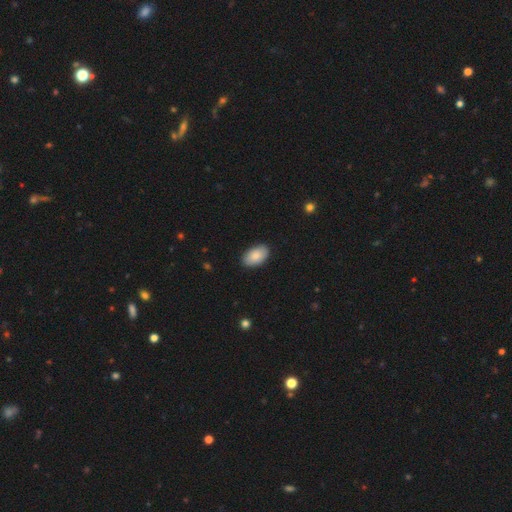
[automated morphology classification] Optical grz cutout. It shows a smooth galaxy with no disk features (87%) that is in between round and cigar-shaped (94%). Merging: none (87%).